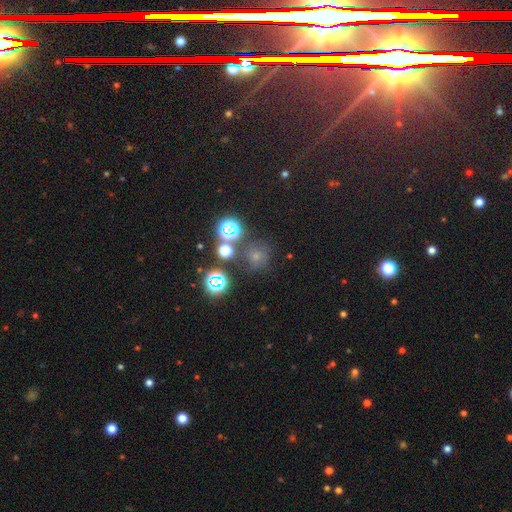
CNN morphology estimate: This is possibly a smooth galaxy (56%). How rounded: clearly round (89%). Merging: likely none (66%).